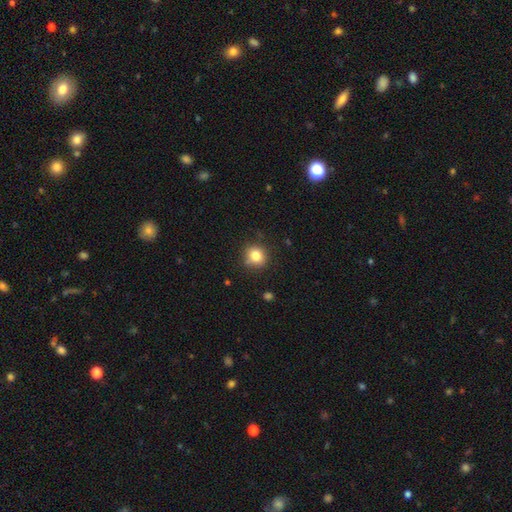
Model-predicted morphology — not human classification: A smooth galaxy with no disk features (81%) that is round (85%). Merging: none (81%).